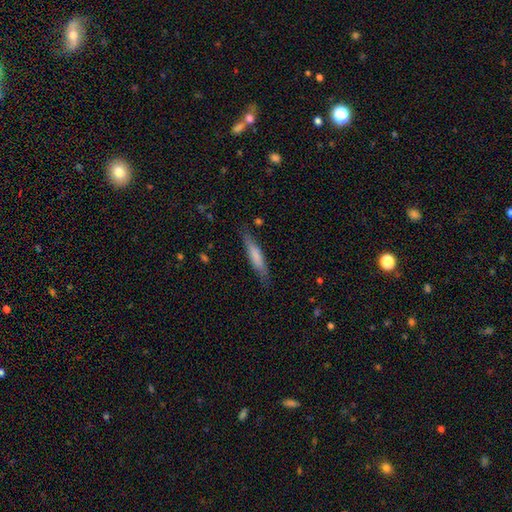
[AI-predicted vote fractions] A smooth galaxy with no disk features (69%) that is cigar-shaped (87%). Merging: none (82%).